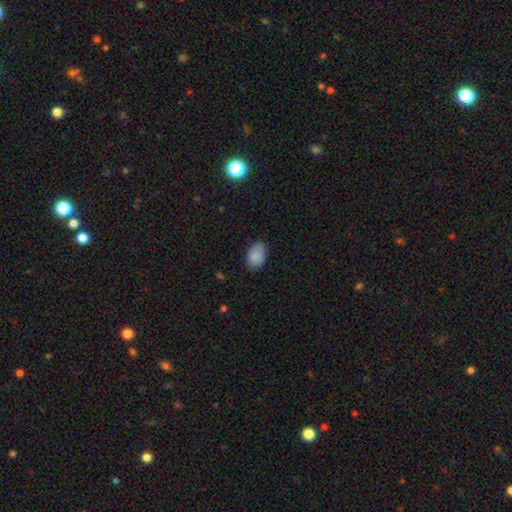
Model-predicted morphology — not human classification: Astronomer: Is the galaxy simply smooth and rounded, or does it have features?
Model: smooth — 87%.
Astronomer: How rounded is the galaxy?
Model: in between — 86%.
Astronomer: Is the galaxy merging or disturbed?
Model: none — 77%.